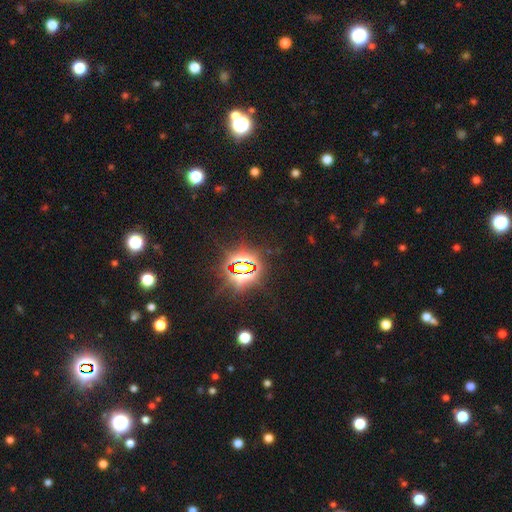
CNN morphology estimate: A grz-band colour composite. It shows a star or artifact, not a galaxy (78%).